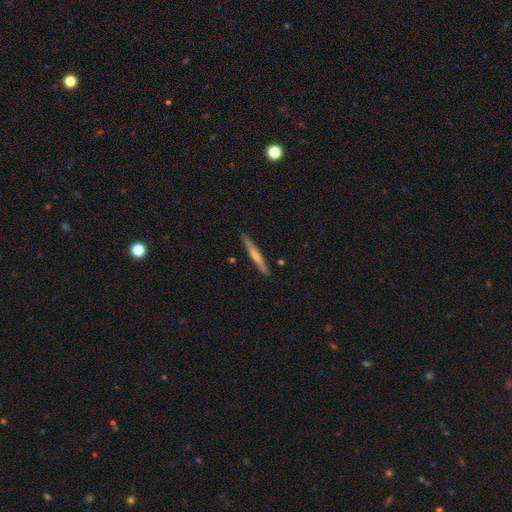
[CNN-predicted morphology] The model was most divided on "smooth or featured": smooth: 57%, featured or disk: 38%, star or artifact: 5%. More confident: how rounded — cigar-shaped (96%); merging — none (86%).